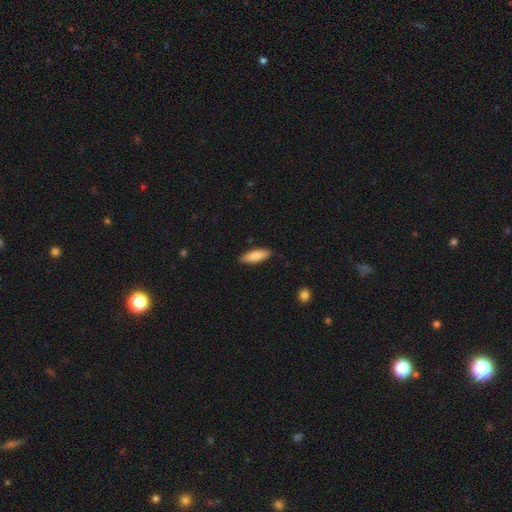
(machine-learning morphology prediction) Smooth or featured? Predicted: smooth (p=0.82). How rounded? Predicted: in between (p=0.56). Merging? Predicted: none (p=0.88).